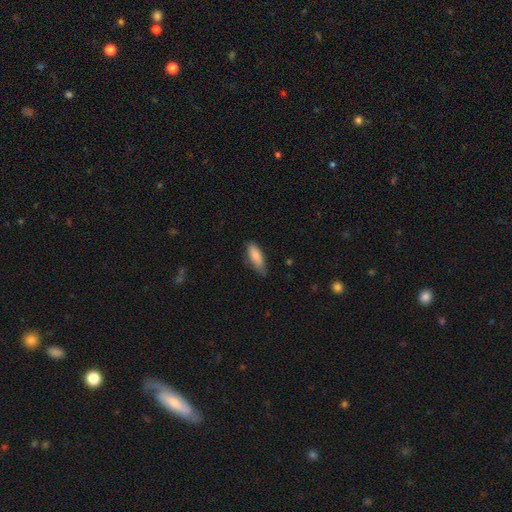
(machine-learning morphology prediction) Overall: smooth (85%). How rounded: in between (62%; cigar-shaped 37%). Merging: none (68%).